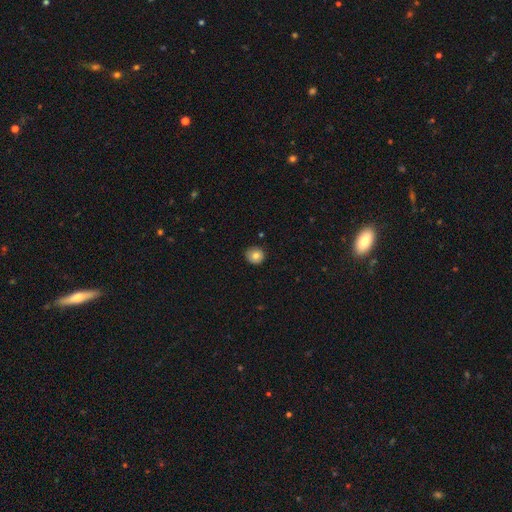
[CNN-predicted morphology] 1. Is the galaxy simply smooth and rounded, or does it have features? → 77% smooth, 14% featured or disk, 9% star or artifact.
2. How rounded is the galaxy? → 89% round, 10% in between, 1% cigar-shaped.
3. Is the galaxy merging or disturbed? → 86% none, 11% minor disturbance, 2% major disturbance, 1% merger.